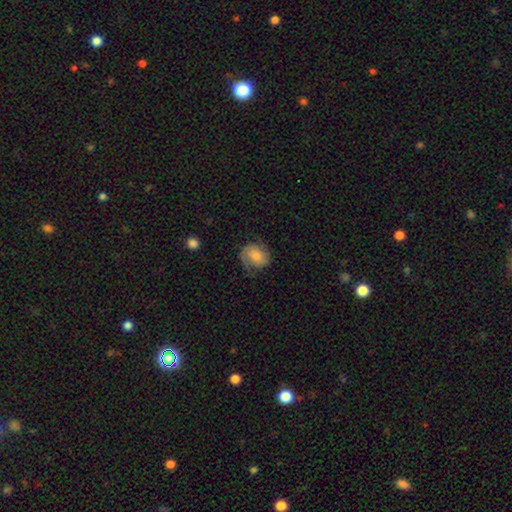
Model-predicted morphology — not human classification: A featured or disk galaxy (55%) with no bar (65%), spiral arms (91%) and a moderate central bulge (40%).

Vote fractions:
- Smooth or featured? featured or disk: 55% / smooth: 37% / star or artifact: 7%
- Edge-on disk? no: 98% / yes: 2%
- Bar? no: 65% / weak: 29% / strong: 6%
- Spiral arms? yes: 91% / no: 9%
- Bulge size? moderate: 40% / small: 30% / large: 15% / none: 12% / dominant: 3%
- Merging? none: 65% / minor disturbance: 22% / major disturbance: 12% / merger: 1%